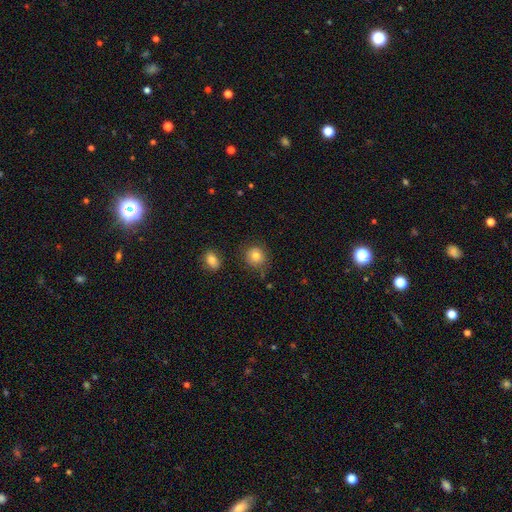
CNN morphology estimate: smooth-or-featured: smooth: 81% | star or artifact: 10% | featured or disk: 9%
  how-rounded: round: 86% | in between: 13% | cigar-shaped: 1%
  merging: none: 79% | minor disturbance: 14% | merger: 4% | major disturbance: 4%